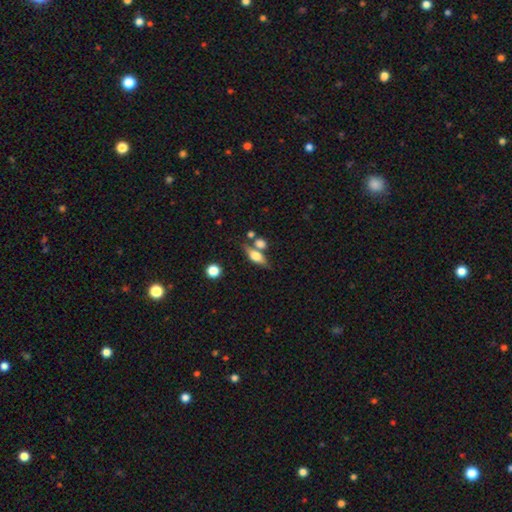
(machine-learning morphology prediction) Smooth or featured? smooth (49%)
Merging? none (63%)